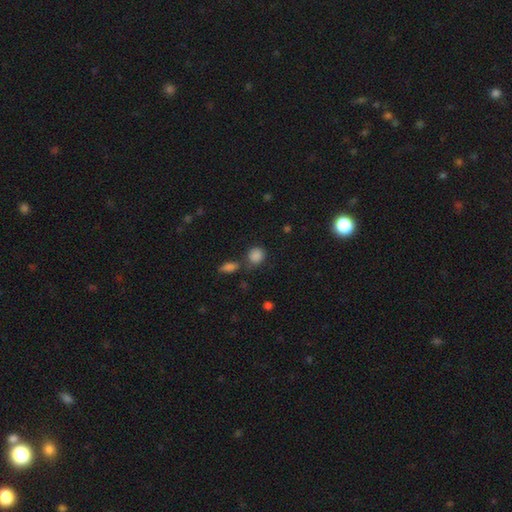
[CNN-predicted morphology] A smooth galaxy with no disk features (85%) that is round (69%).

Vote fractions:
- Smooth or featured? smooth: 85% / star or artifact: 11% / featured or disk: 5%
- How rounded? round: 69% / in between: 29% / cigar-shaped: 2%
- Merging? none: 62% / merger: 17% / minor disturbance: 16% / major disturbance: 6%